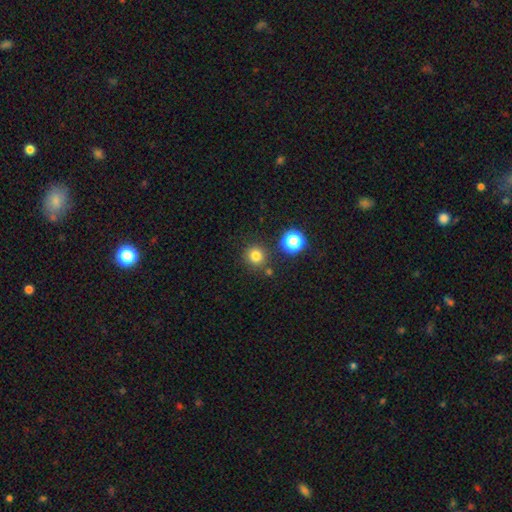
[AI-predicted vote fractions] Smooth or featured?
  - smooth: 78% *
  - star or artifact: 16%
  - featured or disk: 6%
How rounded?
  - round: 93% *
  - in between: 6%
  - cigar-shaped: 1%
Merging?
  - none: 84% *
  - minor disturbance: 7%
  - merger: 6%
  - major disturbance: 3%